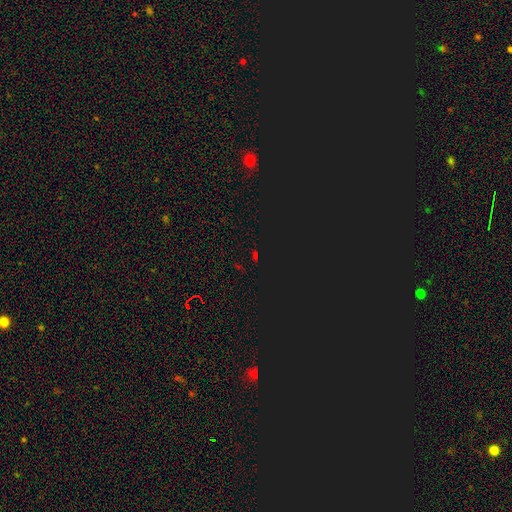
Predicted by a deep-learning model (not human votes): Morphology: type=star or artifact (72%).